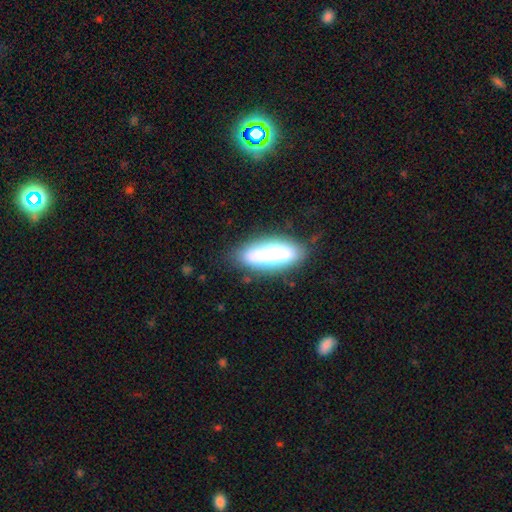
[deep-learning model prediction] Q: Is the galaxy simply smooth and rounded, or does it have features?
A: smooth — 68%.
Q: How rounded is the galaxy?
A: in between — 65%.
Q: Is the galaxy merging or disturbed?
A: none — 75%.